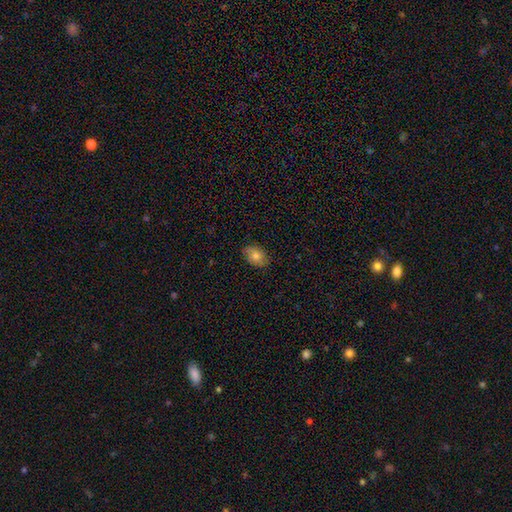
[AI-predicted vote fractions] This is likely a smooth galaxy (69%). How rounded: likely in between (77%). Merging: likely none (79%).